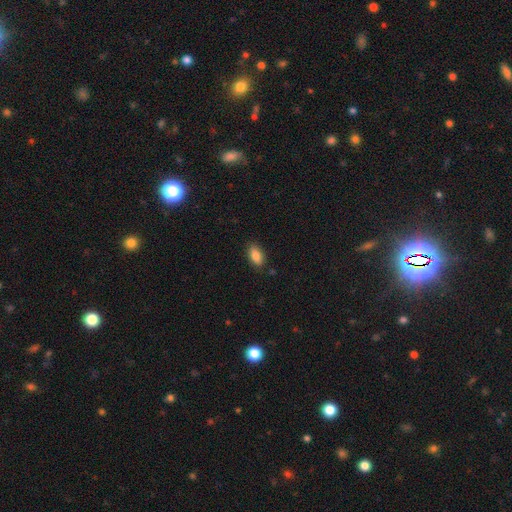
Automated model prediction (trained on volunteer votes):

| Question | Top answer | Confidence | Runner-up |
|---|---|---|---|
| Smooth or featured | smooth | 85% | star or artifact (8%) |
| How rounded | in between | 91% | round (5%) |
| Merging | none | 84% | minor disturbance (12%) |